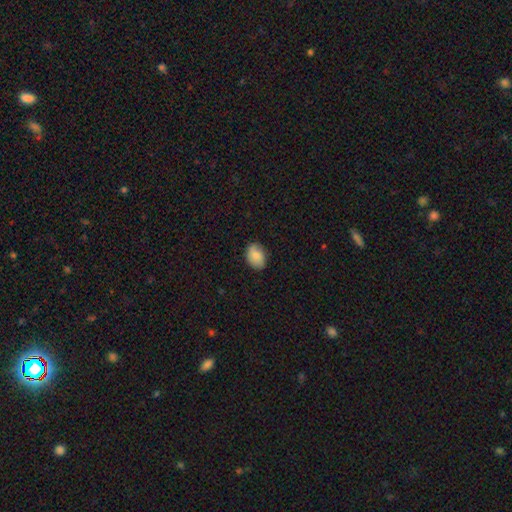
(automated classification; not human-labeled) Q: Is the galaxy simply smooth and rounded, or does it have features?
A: smooth — 83%.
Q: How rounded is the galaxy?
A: in between — 78%.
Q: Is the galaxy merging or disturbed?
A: none — 82%.